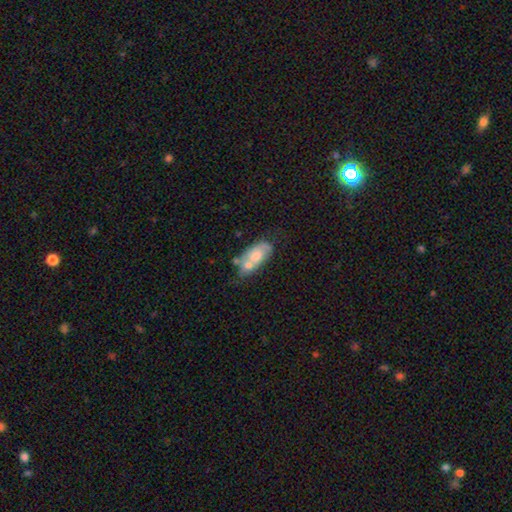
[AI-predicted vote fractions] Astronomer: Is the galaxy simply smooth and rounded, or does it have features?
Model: smooth — 53% (runner-up: featured or disk, 40%).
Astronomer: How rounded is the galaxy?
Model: in between — 88%.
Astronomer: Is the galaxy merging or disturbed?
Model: merger — 35% (runner-up: none, 31%).